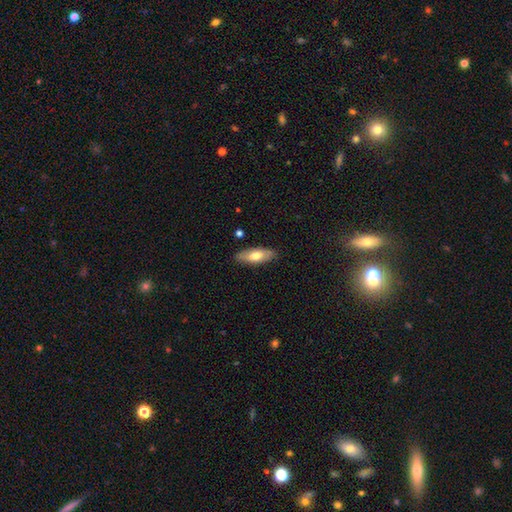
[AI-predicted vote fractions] A smooth galaxy with no disk features (66%) that is in between round and cigar-shaped (71%).

Vote fractions:
- Smooth or featured? smooth: 66% / featured or disk: 28% / star or artifact: 6%
- How rounded? in between: 71% / cigar-shaped: 27% / round: 2%
- Merging? none: 86% / minor disturbance: 10% / major disturbance: 2% / merger: 2%